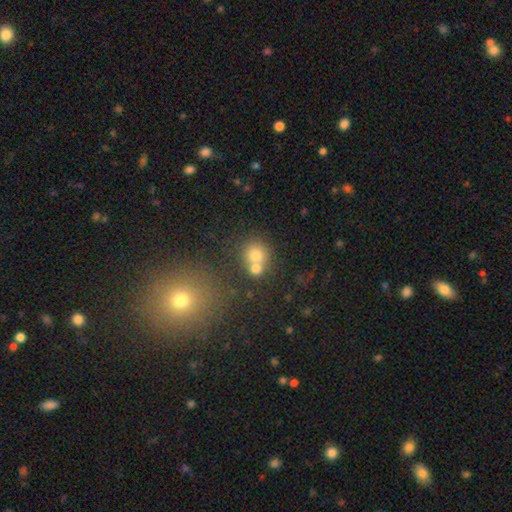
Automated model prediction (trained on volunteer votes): A smooth galaxy with no disk features (71%) that is round (85%). Merging: none (53%).